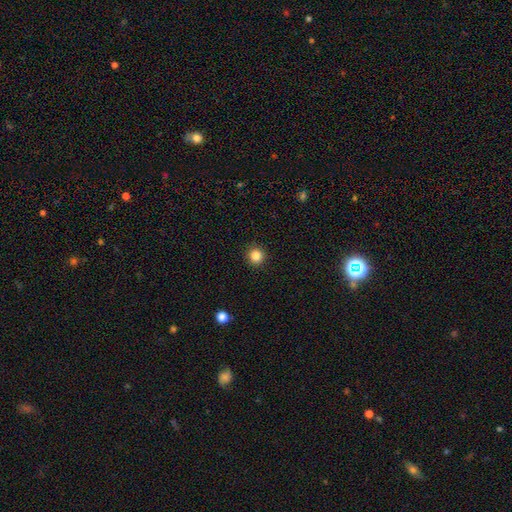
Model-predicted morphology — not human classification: Overall: smooth (85%). How rounded: round (94%). Merging: none (92%).